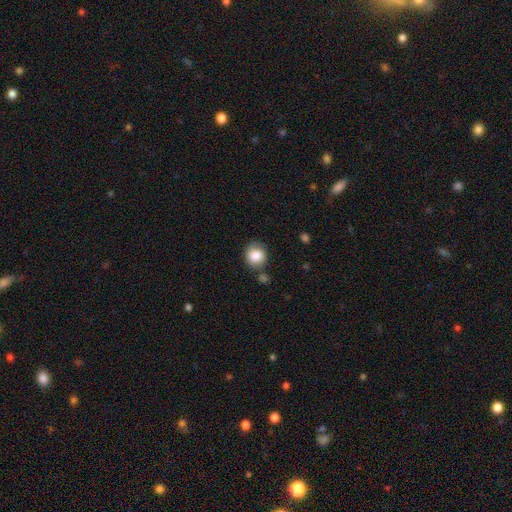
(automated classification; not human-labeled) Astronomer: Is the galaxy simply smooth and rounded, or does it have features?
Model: smooth — 84%.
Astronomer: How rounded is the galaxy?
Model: round — 80%.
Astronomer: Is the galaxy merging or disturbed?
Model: none — 66%.